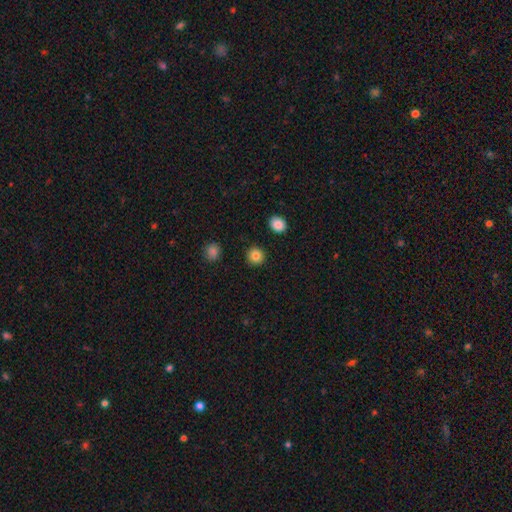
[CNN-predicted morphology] Overall: smooth (85%). How rounded: round (93%). Merging: none (92%).